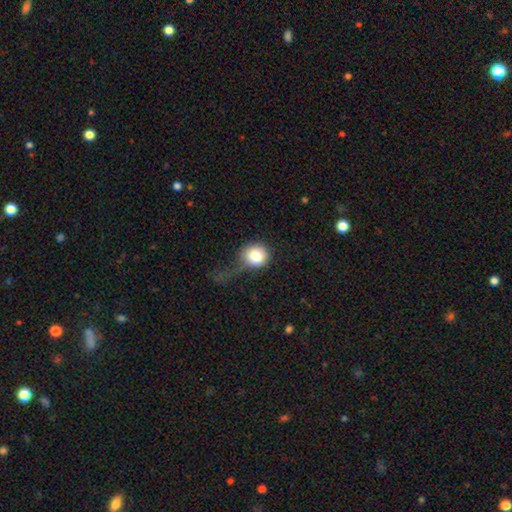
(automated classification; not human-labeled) The model was most divided on "merging": major disturbance: 38%, none: 33%, minor disturbance: 26%, merger: 4%. More confident: how rounded — round (82%); smooth or featured — smooth (81%).